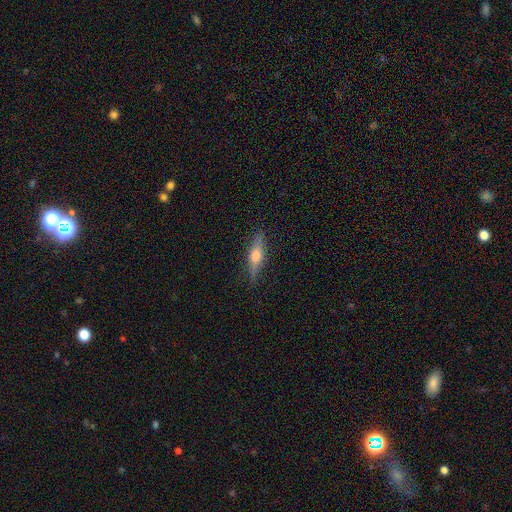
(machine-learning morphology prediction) Smooth or featured? Predicted: featured or disk (p=0.54). Edge-on disk? Predicted: yes (p=0.95). Edge-on bulge? Predicted: rounded (p=0.89). Merging? Predicted: none (p=0.86).